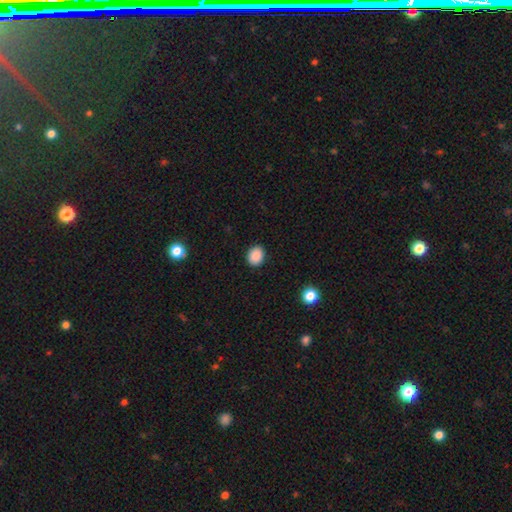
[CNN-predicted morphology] Q: Smooth or featured?
A: smooth (88%); runner-up: star or artifact (9%)
Q: How rounded?
A: round (57%); runner-up: in between (43%)
Q: Merging?
A: none (90%); runner-up: minor disturbance (7%)